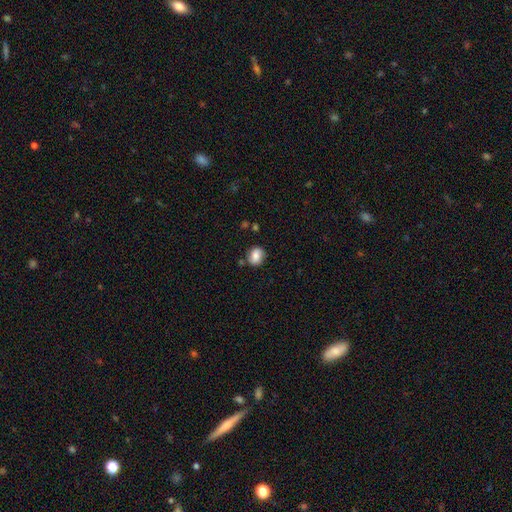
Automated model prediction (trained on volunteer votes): A smooth galaxy with no disk features (80%) that is round (57%).

Vote fractions:
- Smooth or featured? smooth: 80% / featured or disk: 11% / star or artifact: 9%
- How rounded? round: 57% / in between: 42% / cigar-shaped: 1%
- Merging? none: 77% / minor disturbance: 14% / merger: 5% / major disturbance: 3%